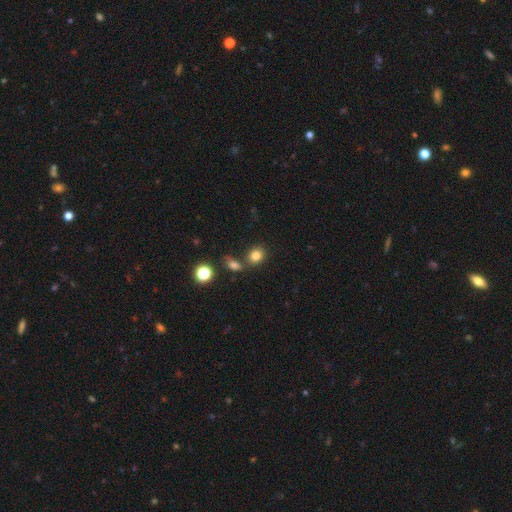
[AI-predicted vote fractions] Overall: smooth (82%). How rounded: round (61%; in between 38%). Merging: none (67%).